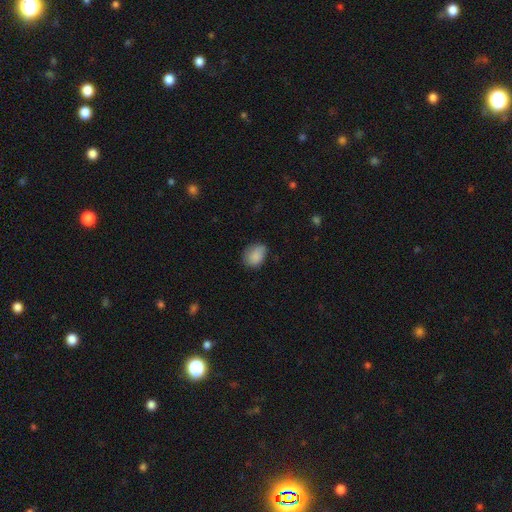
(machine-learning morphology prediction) A smooth galaxy with no disk features (87%) that is in between round and cigar-shaped (67%). Merging: none (65%).